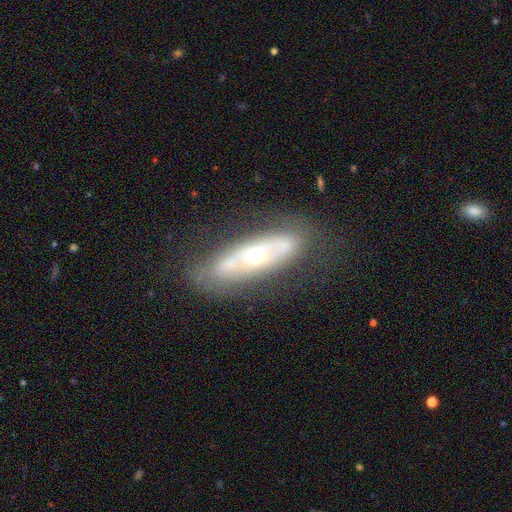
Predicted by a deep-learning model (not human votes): This is likely a featured or disk galaxy (64%). It is likely not viewed edge-on (71%). Merging: likely none (76%).